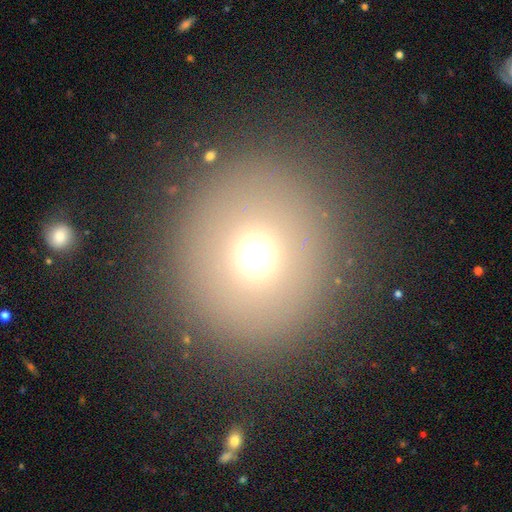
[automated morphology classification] The model was most divided on "smooth or featured": smooth: 68%, star or artifact: 21%, featured or disk: 11%. More confident: how rounded — round (90%); merging — none (88%).